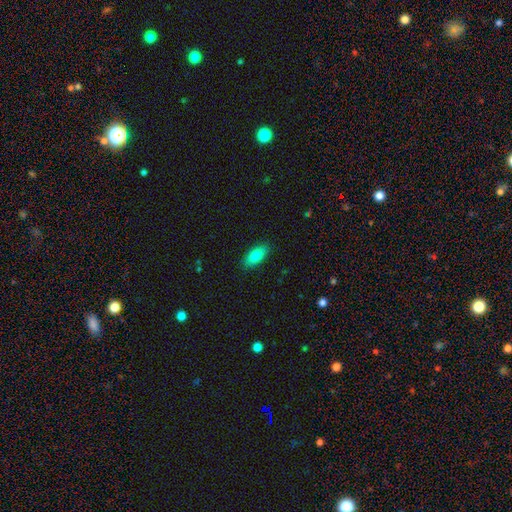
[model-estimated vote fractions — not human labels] Q: Smooth or featured?
A: smooth (84%); runner-up: featured or disk (9%)
Q: How rounded?
A: in between (85%); runner-up: cigar-shaped (12%)
Q: Merging?
A: none (88%); runner-up: minor disturbance (9%)